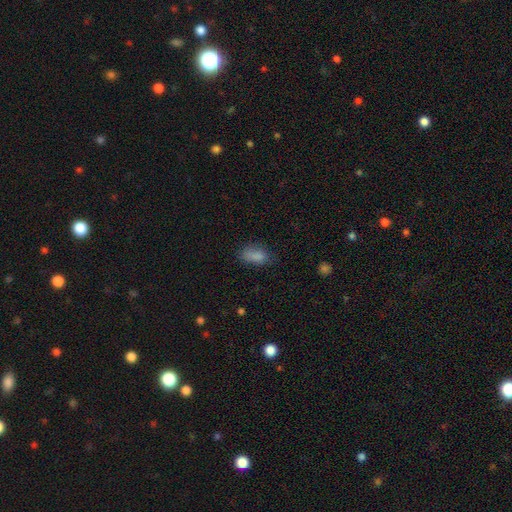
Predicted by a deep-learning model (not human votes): Morphology: type=smooth (84%); roundness=in between (88%); merging=none (64%).